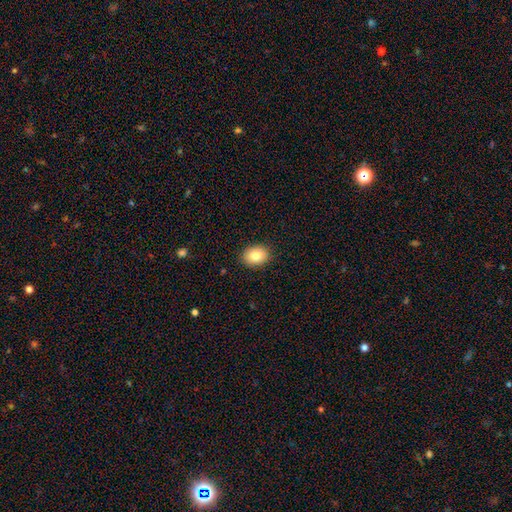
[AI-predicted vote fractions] This appears to be a smooth galaxy with no disk features (82%) that is in between round and cigar-shaped (60%). Merging: none (89%).